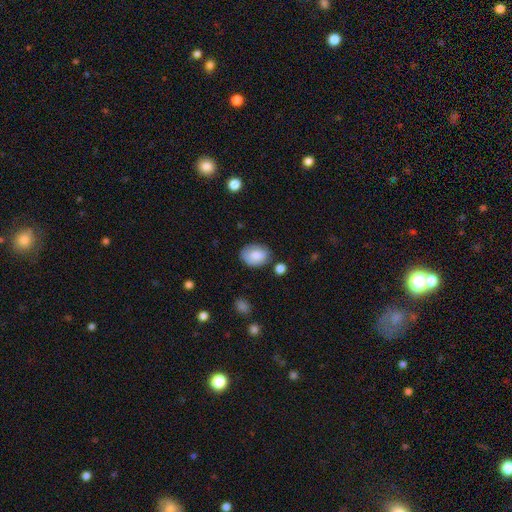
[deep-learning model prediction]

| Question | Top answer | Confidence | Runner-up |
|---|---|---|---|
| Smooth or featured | smooth | 80% | featured or disk (13%) |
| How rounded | in between | 76% | round (23%) |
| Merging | none | 71% | minor disturbance (20%) |